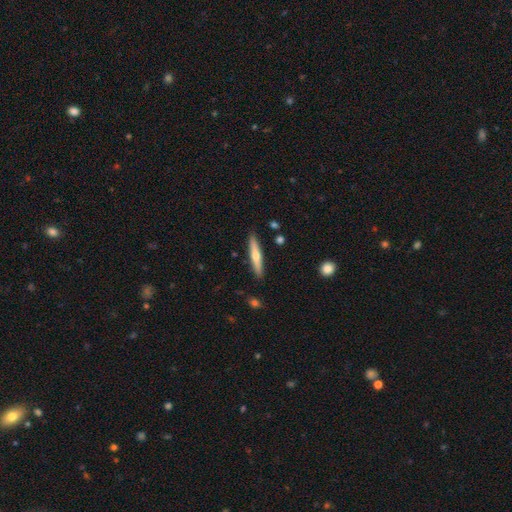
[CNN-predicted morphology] A featured or disk galaxy (48%). Merging: none (90%).